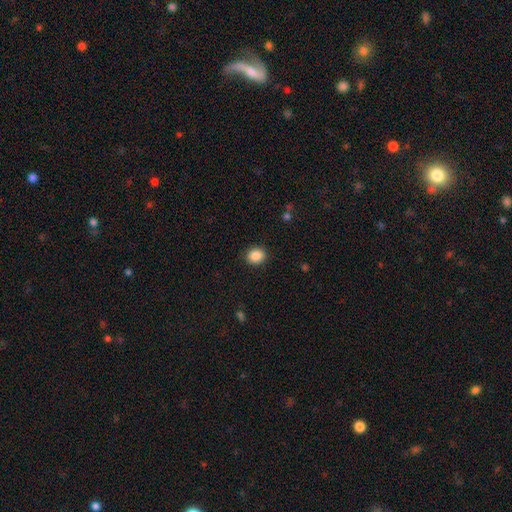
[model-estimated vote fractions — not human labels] Smooth or featured?
  - smooth: 88% *
  - star or artifact: 9%
  - featured or disk: 3%
How rounded?
  - round: 67% *
  - in between: 32%
  - cigar-shaped: 1%
Merging?
  - none: 90% *
  - minor disturbance: 7%
  - major disturbance: 2%
  - merger: 1%